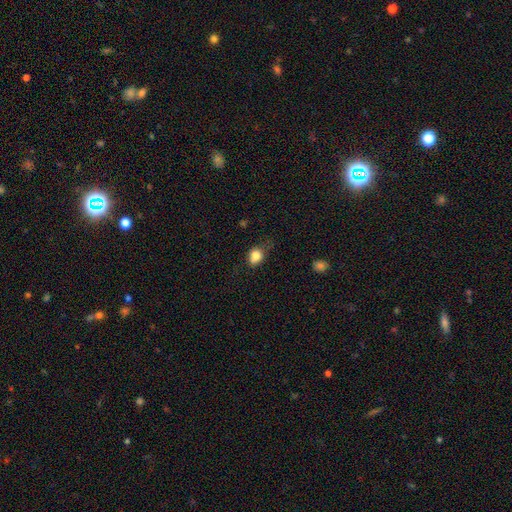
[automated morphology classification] smooth_or_featured: smooth (p=0.82) [alt: star or artifact p=0.10]
how_rounded: round (p=0.53) [alt: in between p=0.46]
merging: none (p=0.53) [alt: minor disturbance p=0.34]